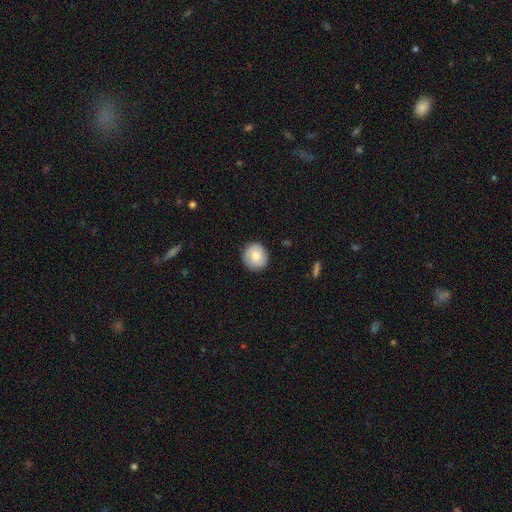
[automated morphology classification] This appears to be a smooth galaxy with no disk features (75%) that is round (93%). Merging: none (88%).